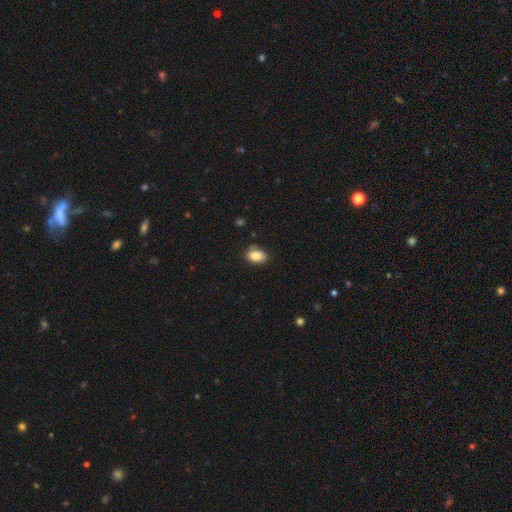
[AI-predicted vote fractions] smooth_or_featured: smooth (p=0.84) [alt: featured or disk p=0.08]
how_rounded: in between (p=0.84) [alt: round p=0.14]
merging: none (p=0.77) [alt: minor disturbance p=0.18]